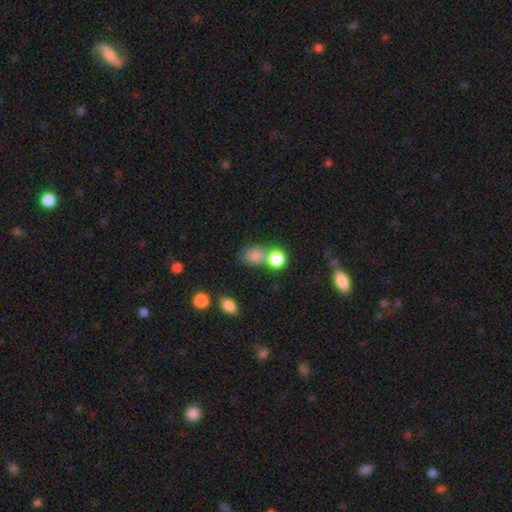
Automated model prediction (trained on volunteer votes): Smooth or featured? Predicted: smooth (p=0.80). How rounded? Predicted: in between (p=0.49, tied with round). Merging? Predicted: none (p=0.47).